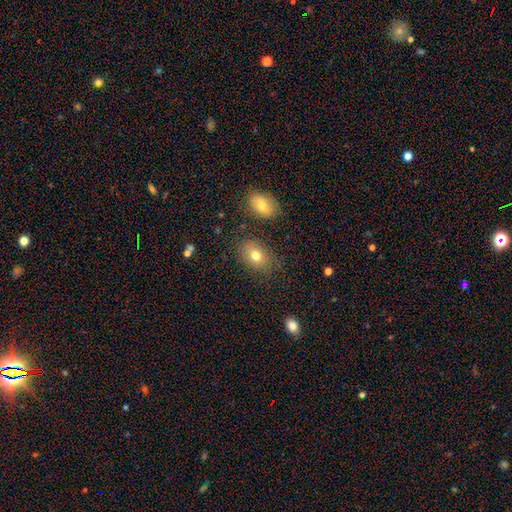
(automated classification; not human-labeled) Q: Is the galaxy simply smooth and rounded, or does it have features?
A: smooth — 76%.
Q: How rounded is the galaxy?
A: in between — 75%.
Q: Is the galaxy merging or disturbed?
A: none — 78%.